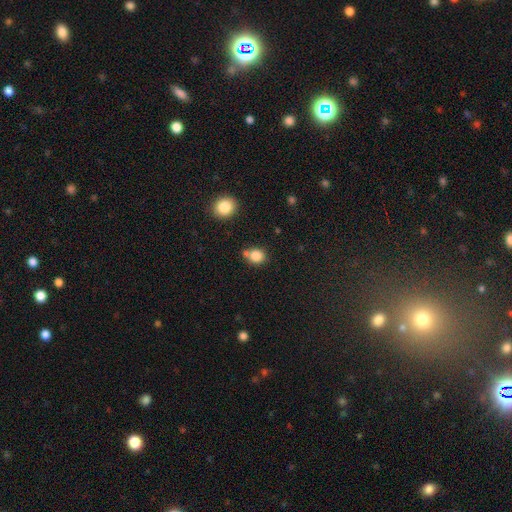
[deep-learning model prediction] Smooth or featured?
  - smooth: 83% *
  - star or artifact: 11%
  - featured or disk: 6%
How rounded?
  - round: 74% *
  - in between: 25%
  - cigar-shaped: 1%
Merging?
  - none: 60% *
  - merger: 21%
  - minor disturbance: 15%
  - major disturbance: 4%